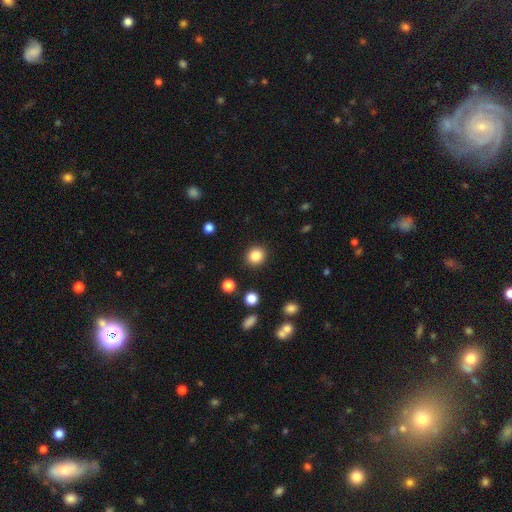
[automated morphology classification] A smooth galaxy with no disk features (85%) that is round (85%).

Vote fractions:
- Smooth or featured? smooth: 85% / star or artifact: 11% / featured or disk: 4%
- How rounded? round: 85% / in between: 15% / cigar-shaped: 1%
- Merging? none: 90% / minor disturbance: 6% / major disturbance: 2% / merger: 1%